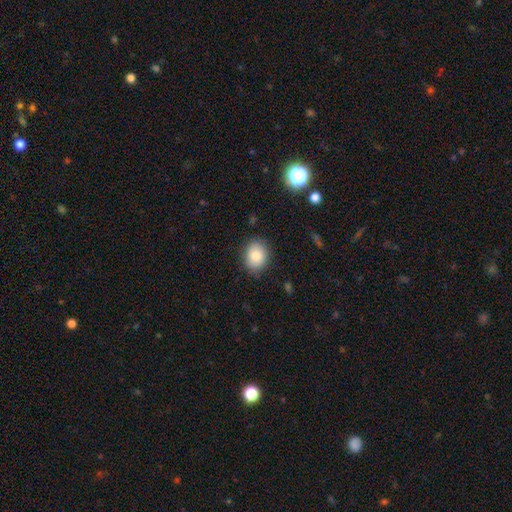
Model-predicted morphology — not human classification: A smooth galaxy with no disk features (82%) that is in between round and cigar-shaped (51%). Merging: none (86%).